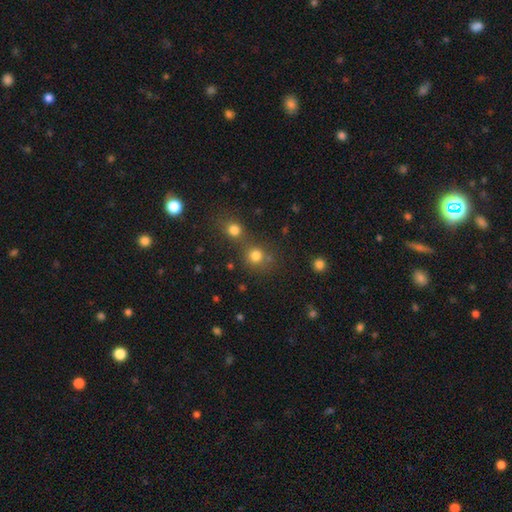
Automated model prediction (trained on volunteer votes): smooth_or_featured: smooth (p=0.78) [alt: star or artifact p=0.16]
how_rounded: round (p=0.88) [alt: in between p=0.11]
merging: none (p=0.57) [alt: merger p=0.32]